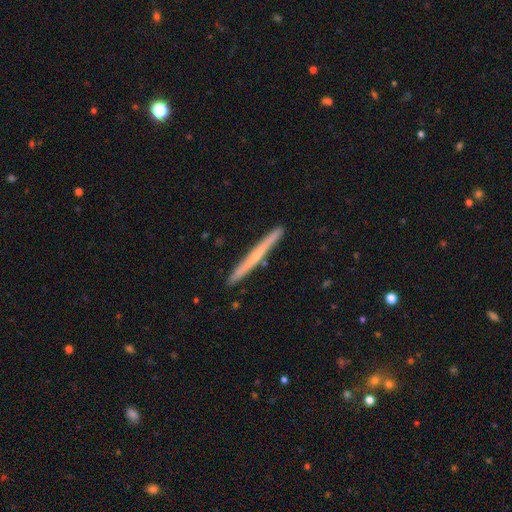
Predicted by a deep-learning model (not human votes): Smooth or featured?
  - featured or disk: 55% *
  - smooth: 39%
  - star or artifact: 6%
Edge-on disk?
  - yes: 97% *
  - no: 3%
Edge-on bulge?
  - none: 65% *
  - rounded: 32%
  - boxy: 4%
Merging?
  - none: 91% *
  - minor disturbance: 6%
  - merger: 1%
  - major disturbance: 1%